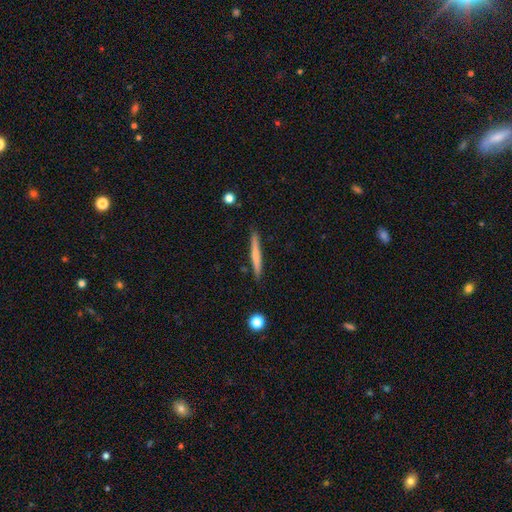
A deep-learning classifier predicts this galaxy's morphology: smooth_or_featured: smooth (p=0.59) [alt: featured or disk p=0.36]
how_rounded: cigar-shaped (p=0.96) [alt: in between p=0.03]
merging: none (p=0.88) [alt: minor disturbance p=0.09]